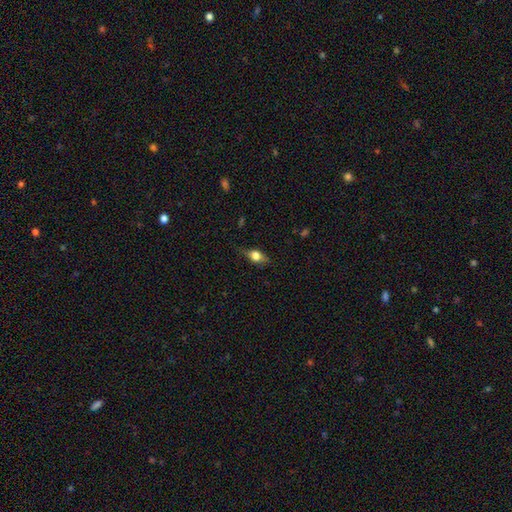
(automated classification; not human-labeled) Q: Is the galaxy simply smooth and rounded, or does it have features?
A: smooth — 53%.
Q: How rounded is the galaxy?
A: in between — 63%.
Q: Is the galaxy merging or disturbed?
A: none — 74%.